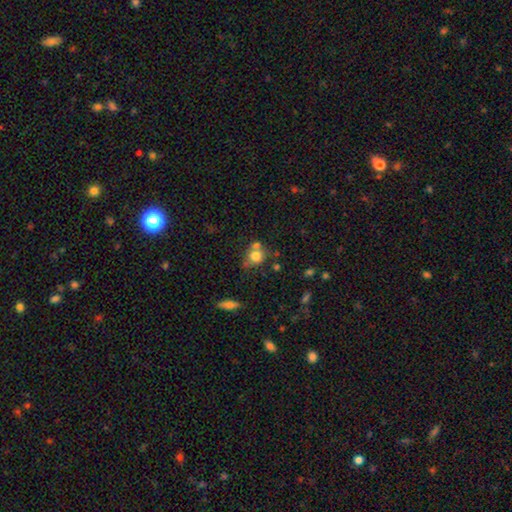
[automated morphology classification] A smooth galaxy with no disk features (76%) that is round (76%).

Vote fractions:
- Smooth or featured? smooth: 76% / featured or disk: 13% / star or artifact: 11%
- How rounded? round: 76% / in between: 22% / cigar-shaped: 1%
- Merging? none: 49% / merger: 31% / minor disturbance: 15% / major disturbance: 5%